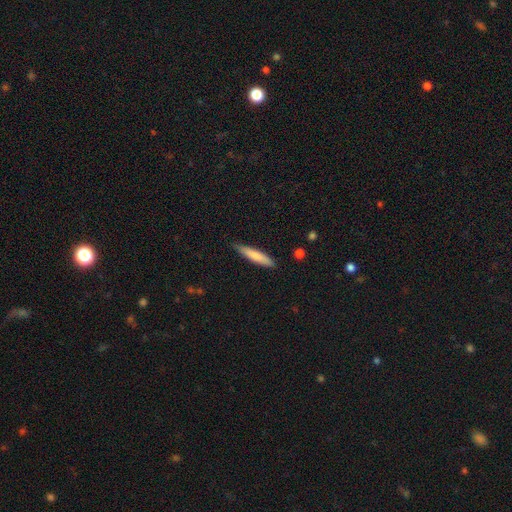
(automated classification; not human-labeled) smooth 77%, featured or disk 18%, star or artifact 6%. Down the decision tree: how rounded — cigar-shaped (87%); merging — none (80%).